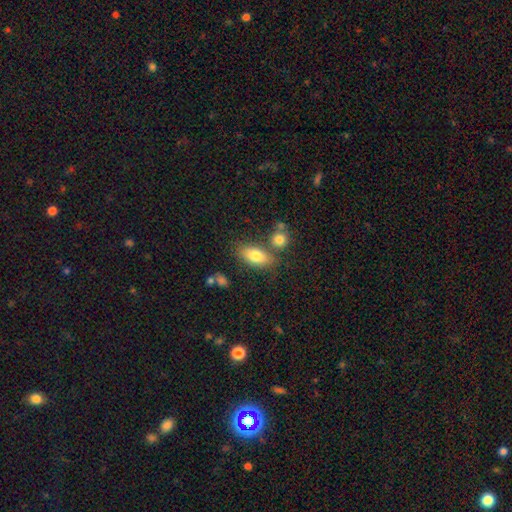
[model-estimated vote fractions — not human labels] Smooth or featured? star or artifact (65%)